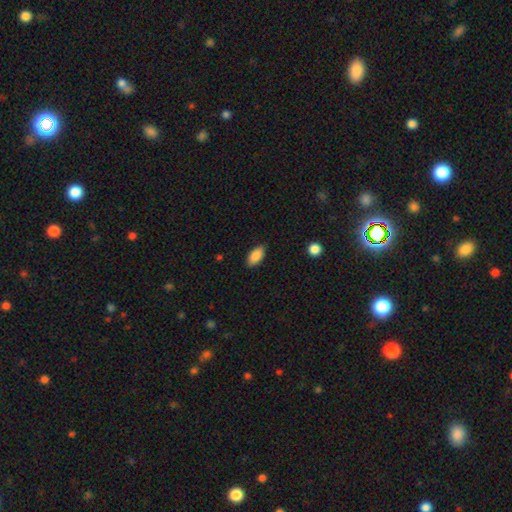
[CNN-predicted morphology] This is clearly a smooth galaxy (88%). How rounded: clearly in between (93%). Merging: clearly none (86%).